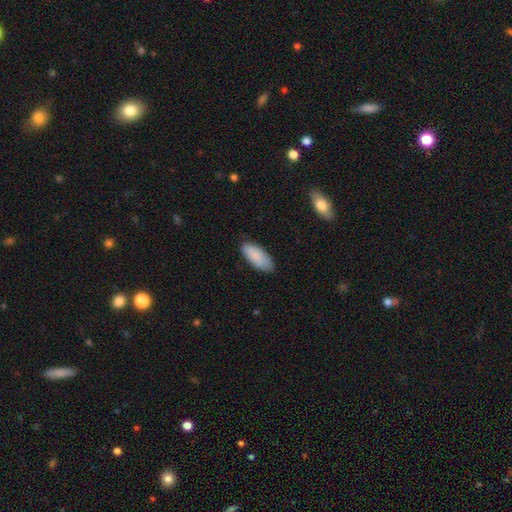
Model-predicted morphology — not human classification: smooth_or_featured: smooth (p=0.88) [alt: featured or disk p=0.07]
how_rounded: in between (p=0.85) [alt: cigar-shaped p=0.13]
merging: none (p=0.82) [alt: minor disturbance p=0.15]